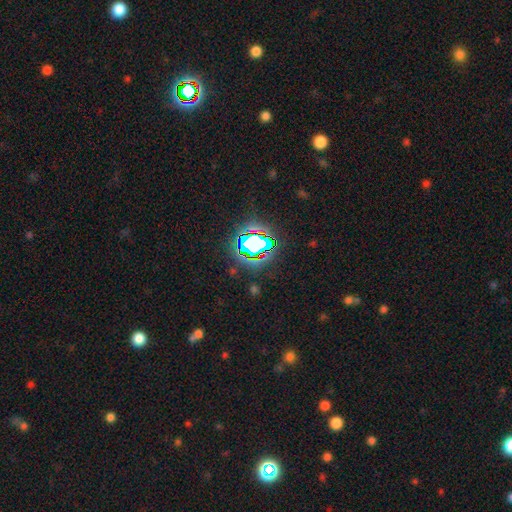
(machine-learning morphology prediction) This is clearly a star or artifact rather than a galaxy (80%).